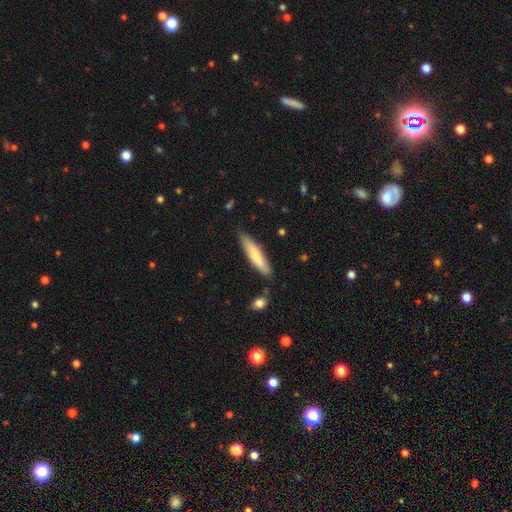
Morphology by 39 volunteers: smooth 77%, featured or disk 21%, star or artifact 3%. Down the decision tree: how rounded — cigar-shaped (90%); merging — none (87%).